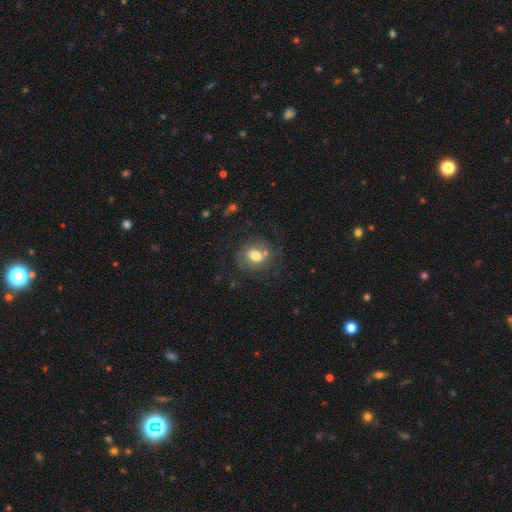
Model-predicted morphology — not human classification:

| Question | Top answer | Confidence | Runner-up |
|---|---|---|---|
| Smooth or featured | smooth | 47% | featured or disk (42%) |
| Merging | none | 63% | minor disturbance (18%) |